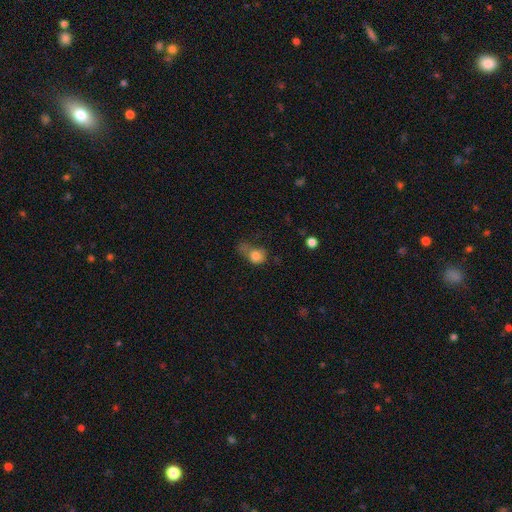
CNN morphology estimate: A smooth galaxy with no disk features (76%) that is round (52%).

Vote fractions:
- Smooth or featured? smooth: 76% / featured or disk: 12% / star or artifact: 11%
- How rounded? round: 52% / in between: 46% / cigar-shaped: 2%
- Merging? major disturbance: 38% / minor disturbance: 26% / none: 24% / merger: 12%